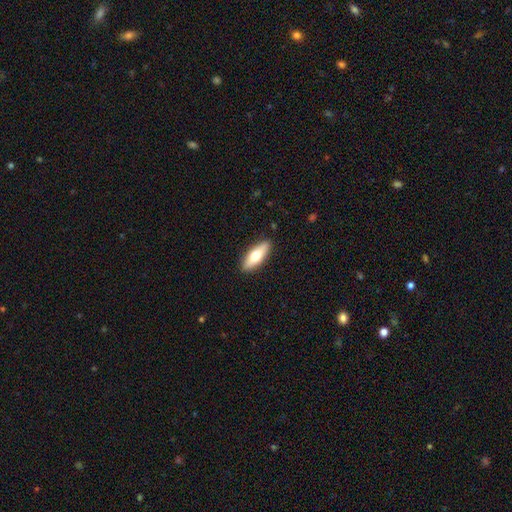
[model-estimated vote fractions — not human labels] Smooth or featured? Predicted: smooth (p=0.65). How rounded? Predicted: in between (p=0.63). Merging? Predicted: none (p=0.90).